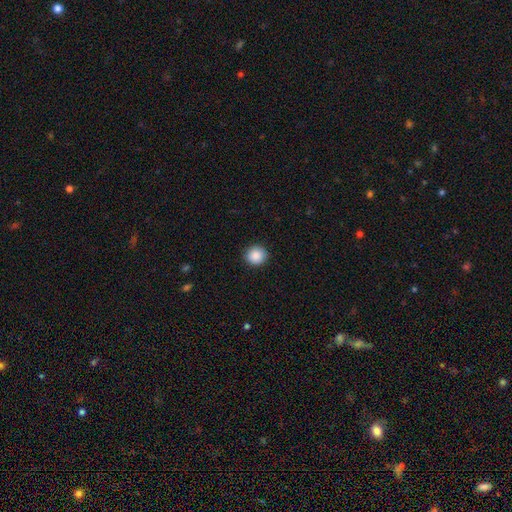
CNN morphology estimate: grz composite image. It shows a smooth galaxy with no disk features (89%) that is round (90%). Merging: none (91%).